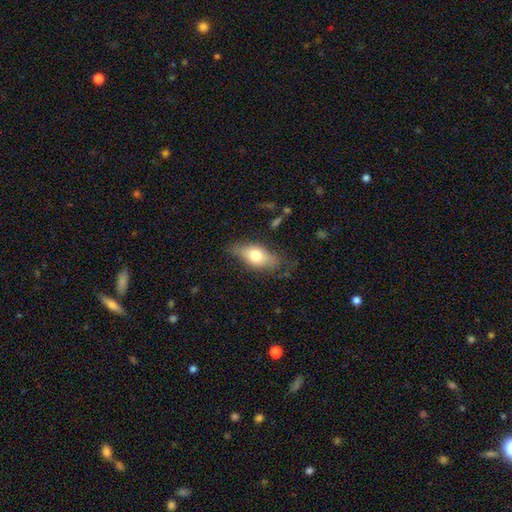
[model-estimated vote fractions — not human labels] Overall: smooth (68%). How rounded: in between (84%). Merging: none (66%).